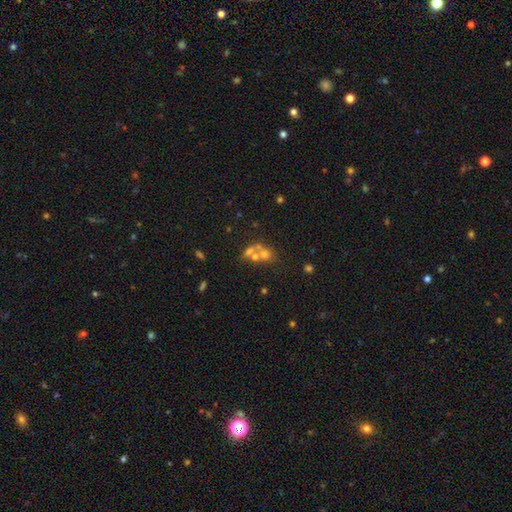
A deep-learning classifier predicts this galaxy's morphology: Overall: smooth (44%; featured or disk 30%). Merging: merger (54%; none 33%).